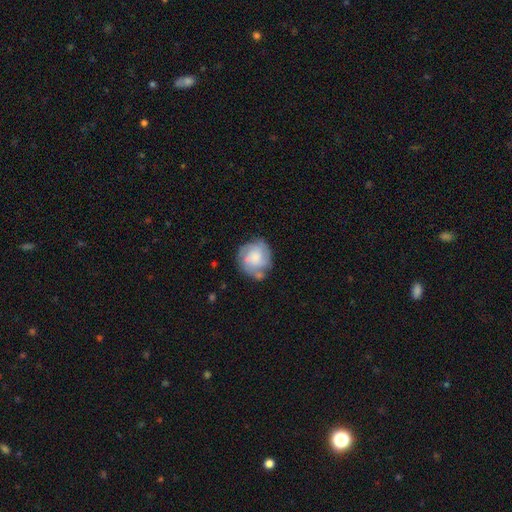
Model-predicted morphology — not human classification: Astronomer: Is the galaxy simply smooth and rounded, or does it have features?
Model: featured or disk — 50% (runner-up: smooth, 43%).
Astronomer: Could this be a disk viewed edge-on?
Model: no — 98%.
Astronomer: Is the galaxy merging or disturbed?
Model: none — 62%.